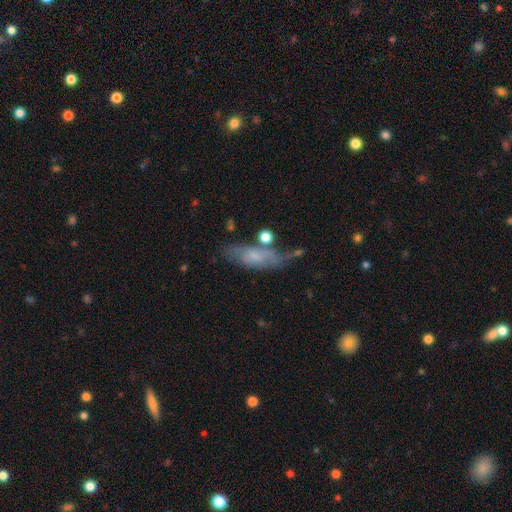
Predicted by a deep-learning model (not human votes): Smooth or featured? Predicted: smooth (p=0.49). Merging? Predicted: none (p=0.47).